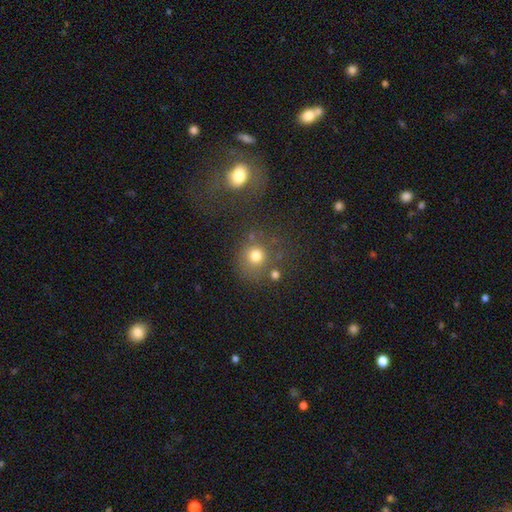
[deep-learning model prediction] smooth_or_featured: smooth (p=0.74) [alt: star or artifact p=0.16]
how_rounded: round (p=0.86) [alt: in between p=0.13]
merging: none (p=0.64) [alt: minor disturbance p=0.14]